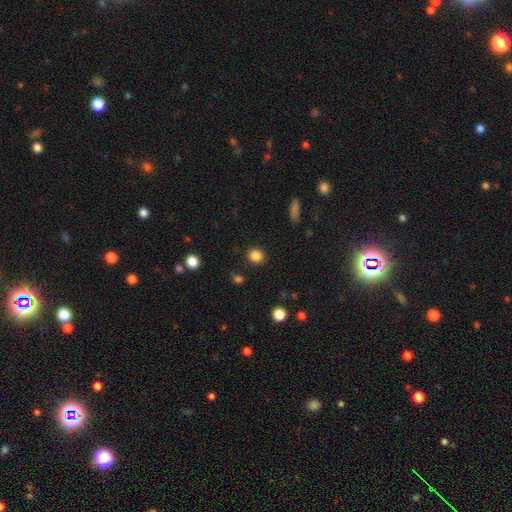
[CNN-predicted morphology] type=smooth (85%); roundness=round (83%); merging=none (88%).